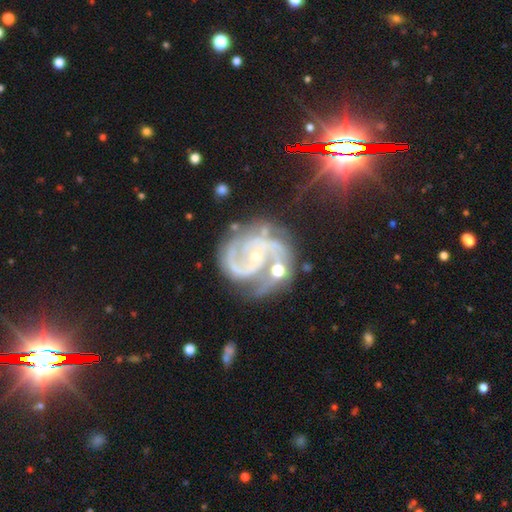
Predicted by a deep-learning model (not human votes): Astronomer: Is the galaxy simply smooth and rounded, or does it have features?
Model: featured or disk — 90%.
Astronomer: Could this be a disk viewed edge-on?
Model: no — 98%.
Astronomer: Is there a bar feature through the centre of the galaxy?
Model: no — 58%.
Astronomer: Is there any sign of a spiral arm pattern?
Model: yes — 98%.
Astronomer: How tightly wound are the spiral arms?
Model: medium — 51% (runner-up: tight, 38%).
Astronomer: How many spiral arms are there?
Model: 2 — 66%.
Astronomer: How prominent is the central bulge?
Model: small — 79%.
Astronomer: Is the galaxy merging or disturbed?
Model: none — 50%.